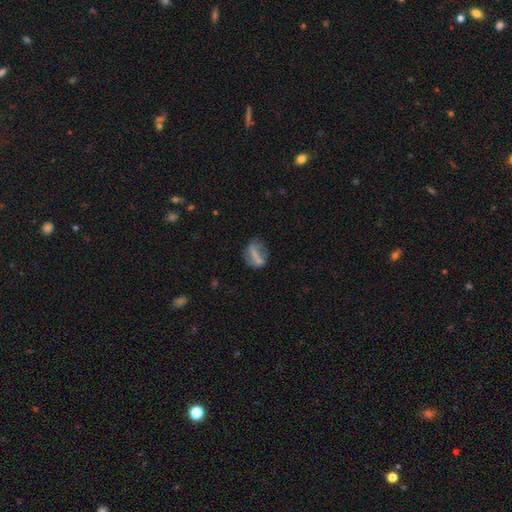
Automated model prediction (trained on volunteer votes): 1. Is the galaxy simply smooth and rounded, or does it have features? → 51% smooth, 38% featured or disk, 11% star or artifact.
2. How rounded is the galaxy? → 56% in between, 33% round, 11% cigar-shaped.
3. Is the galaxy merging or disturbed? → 51% none, 24% minor disturbance, 17% major disturbance, 9% merger.